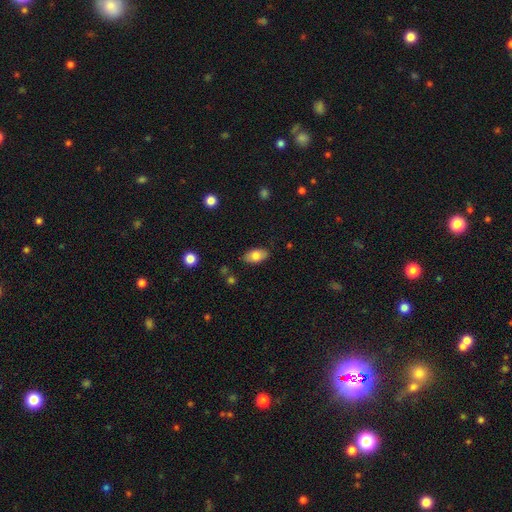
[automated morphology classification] A smooth galaxy with no disk features (77%) that is in between round and cigar-shaped (92%). Merging: none (85%).